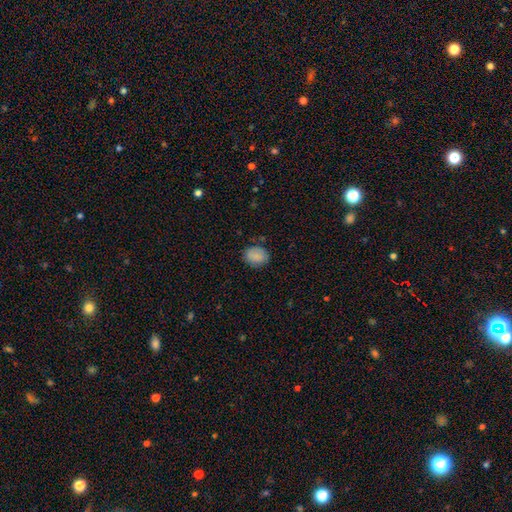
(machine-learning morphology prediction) Smooth or featured: smooth — 84% (star or artifact — 8%)
How rounded: round — 62% (in between — 37%)
Merging: none — 82% (minor disturbance — 13%)